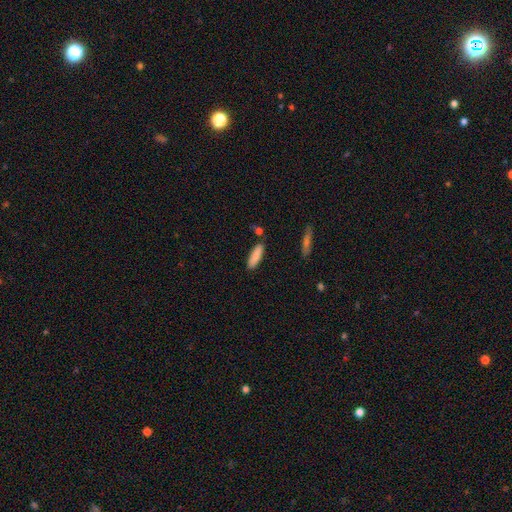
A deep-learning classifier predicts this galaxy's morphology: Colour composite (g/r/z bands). It shows a smooth galaxy with no disk features (85%) that is cigar-shaped (57%). Merging: none (83%).